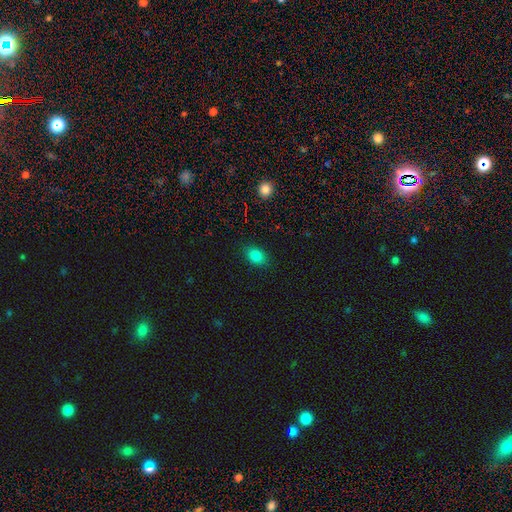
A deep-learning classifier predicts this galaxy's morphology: The model was most divided on "how rounded": in between: 76%, round: 23%, cigar-shaped: 1%. More confident: merging — none (86%); smooth or featured — smooth (82%).